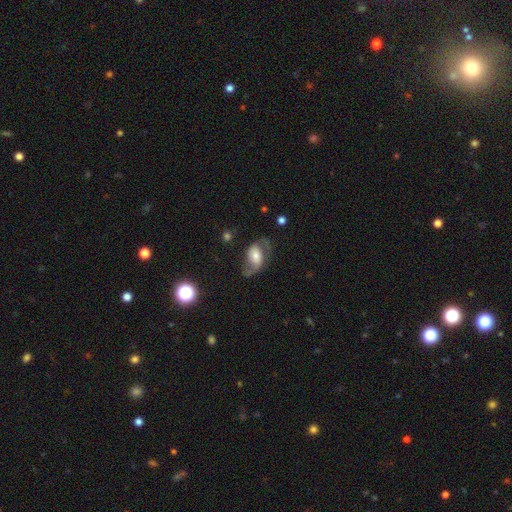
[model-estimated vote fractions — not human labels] A featured or disk galaxy (65%) with no bar (46%), 2 (82%) loose (49%) spiral arms (83%) and a moderate central bulge (50%). Merging: none (54%).